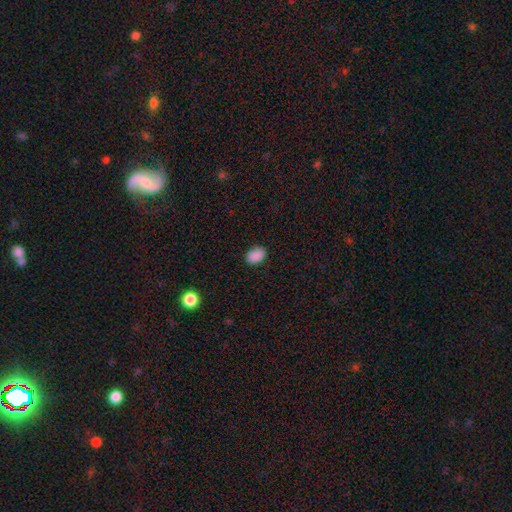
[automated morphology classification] A smooth galaxy with no disk features (89%) that is in between round and cigar-shaped (79%). Merging: none (87%).